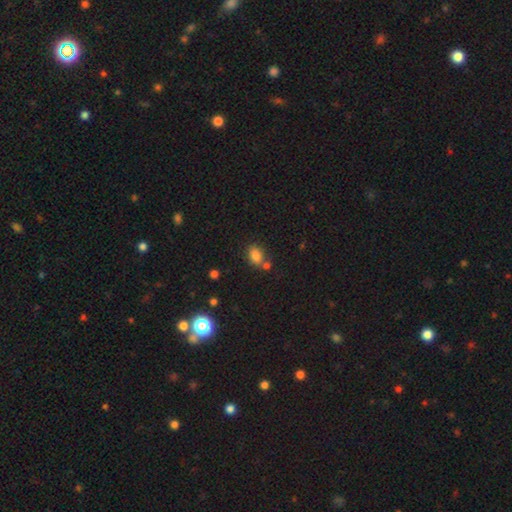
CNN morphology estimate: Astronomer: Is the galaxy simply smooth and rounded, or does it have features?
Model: smooth — 81%.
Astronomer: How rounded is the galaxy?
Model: in between — 76%.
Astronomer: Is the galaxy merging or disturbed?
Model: none — 60%.